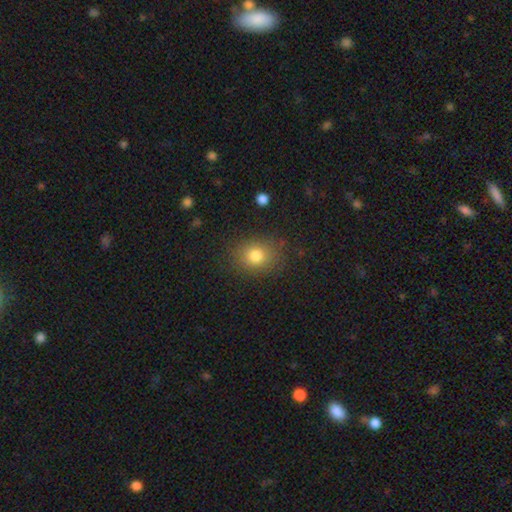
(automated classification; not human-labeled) Smooth or featured?
  - smooth: 79% *
  - star or artifact: 12%
  - featured or disk: 8%
How rounded?
  - round: 62% *
  - in between: 37%
  - cigar-shaped: 1%
Merging?
  - none: 84% *
  - minor disturbance: 11%
  - major disturbance: 4%
  - merger: 1%